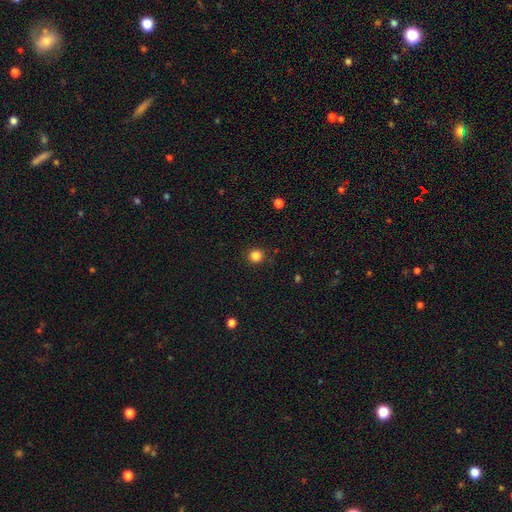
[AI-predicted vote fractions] This is clearly a smooth galaxy (84%). How rounded: clearly round (92%). Merging: clearly none (90%).